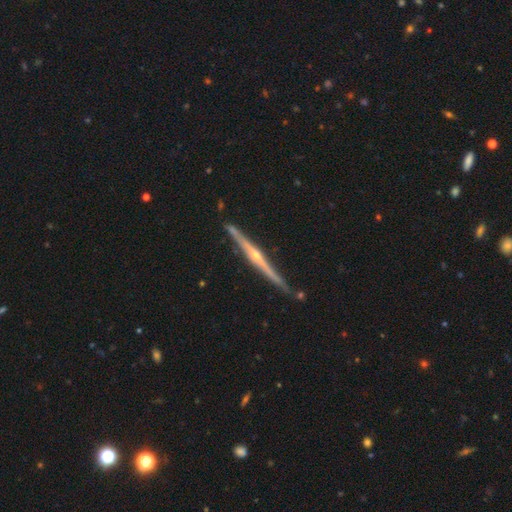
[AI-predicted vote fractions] This is clearly a featured or disk galaxy (86%). It is clearly viewed edge-on (98%). Edge-on bulge: clearly rounded (85%). Merging: clearly none (86%).